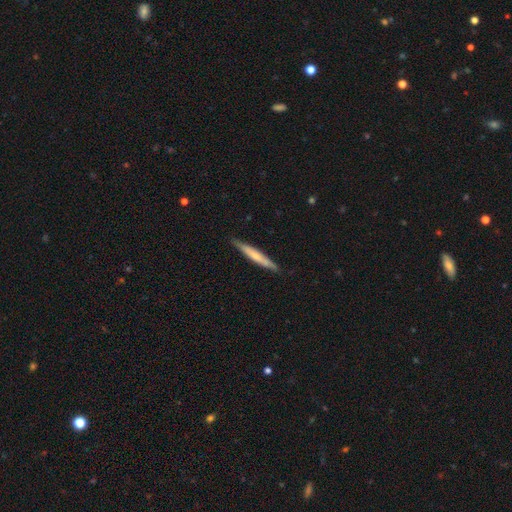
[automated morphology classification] smooth-or-featured: smooth: 54% | featured or disk: 41% | star or artifact: 5%
  how-rounded: cigar-shaped: 95% | in between: 4% | round: 1%
  merging: none: 86% | minor disturbance: 11% | major disturbance: 2% | merger: 1%